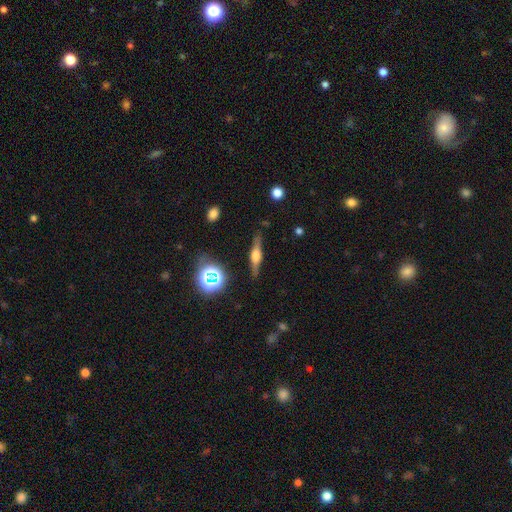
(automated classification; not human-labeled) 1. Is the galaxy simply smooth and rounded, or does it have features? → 66% featured or disk, 25% smooth, 10% star or artifact.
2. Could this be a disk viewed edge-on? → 96% yes, 4% no.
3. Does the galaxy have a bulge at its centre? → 84% rounded, 13% boxy, 3% none.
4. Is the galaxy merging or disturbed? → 85% none, 10% minor disturbance, 3% major disturbance, 2% merger.